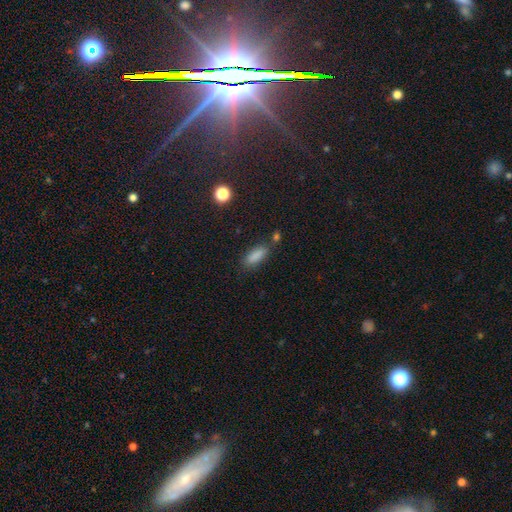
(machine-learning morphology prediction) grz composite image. It shows a smooth galaxy with no disk features (85%) that is in between round and cigar-shaped (75%). Merging: none (72%).